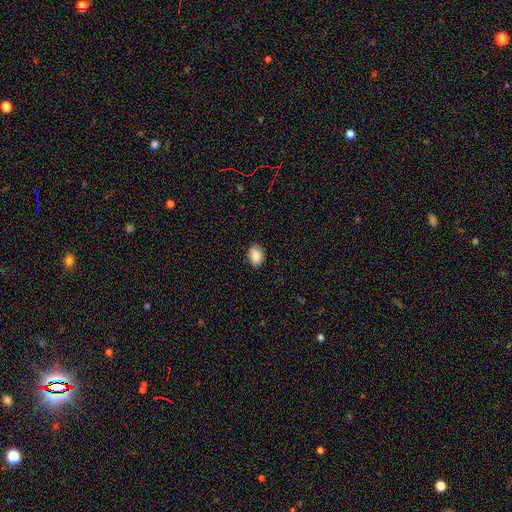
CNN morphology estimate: The model was most divided on "how rounded": in between: 79%, round: 20%, cigar-shaped: 1%. More confident: smooth or featured — smooth (86%); merging — none (83%).